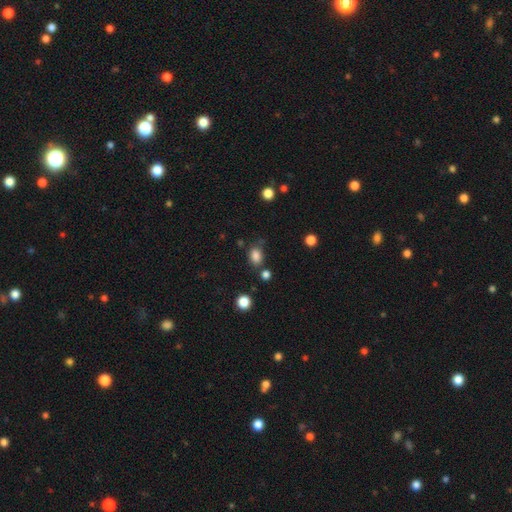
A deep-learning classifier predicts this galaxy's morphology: A smooth galaxy with no disk features (83%) that is in between round and cigar-shaped (65%).

Vote fractions:
- Smooth or featured? smooth: 83% / star or artifact: 12% / featured or disk: 5%
- How rounded? in between: 65% / round: 34% / cigar-shaped: 1%
- Merging? none: 69% / minor disturbance: 17% / merger: 9% / major disturbance: 5%